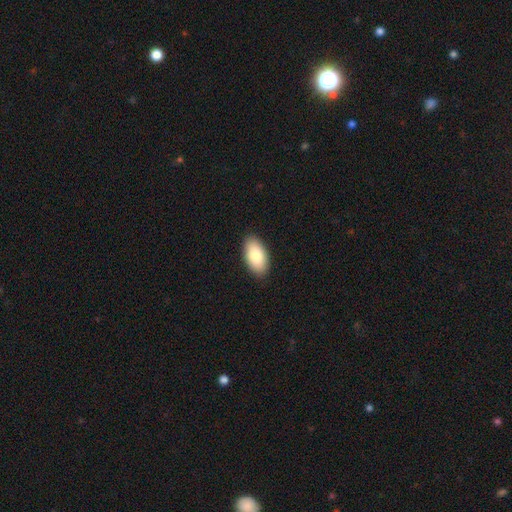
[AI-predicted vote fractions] Overall: smooth (83%). How rounded: in between (95%). Merging: none (90%).